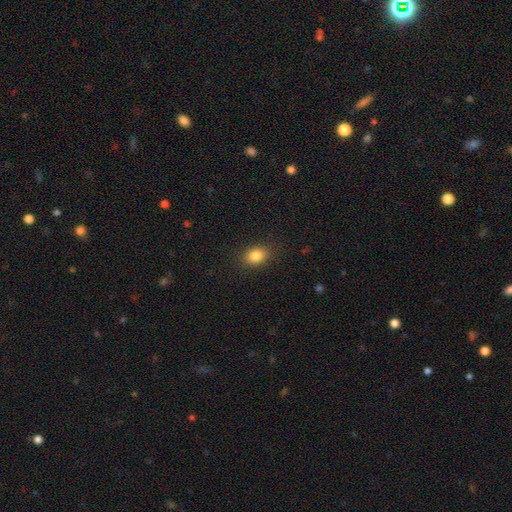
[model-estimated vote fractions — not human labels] A smooth galaxy with no disk features (84%) that is in between round and cigar-shaped (69%). Merging: none (86%).